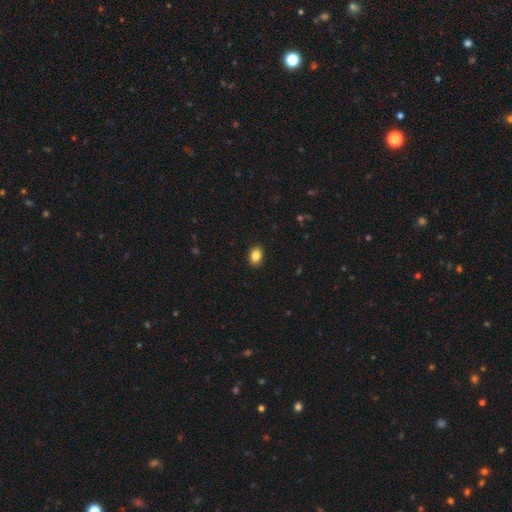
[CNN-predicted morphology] smooth-or-featured: smooth: 85% | star or artifact: 9% | featured or disk: 5%
  how-rounded: in between: 73% | round: 26% | cigar-shaped: 1%
  merging: none: 90% | minor disturbance: 7% | major disturbance: 2% | merger: 1%